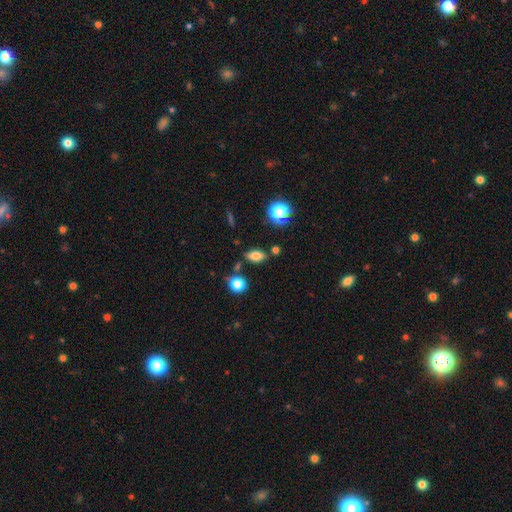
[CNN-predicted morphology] Smooth or featured?
  - smooth: 74% *
  - featured or disk: 14%
  - star or artifact: 12%
How rounded?
  - in between: 81% *
  - round: 11%
  - cigar-shaped: 8%
Merging?
  - none: 78% *
  - minor disturbance: 13%
  - merger: 6%
  - major disturbance: 3%